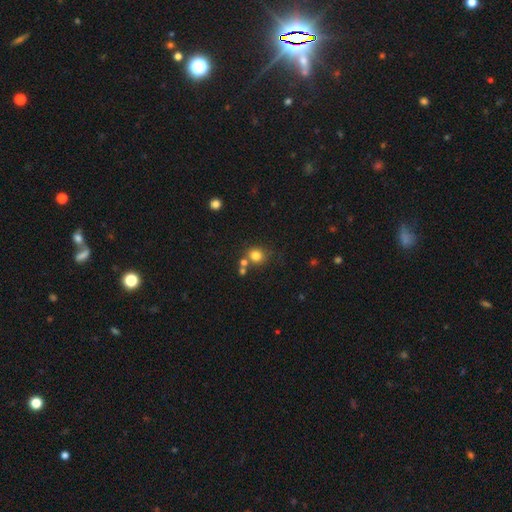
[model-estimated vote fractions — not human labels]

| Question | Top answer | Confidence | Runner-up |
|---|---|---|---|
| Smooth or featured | smooth | 80% | star or artifact (13%) |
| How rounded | round | 84% | in between (15%) |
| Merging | none | 68% | merger (17%) |